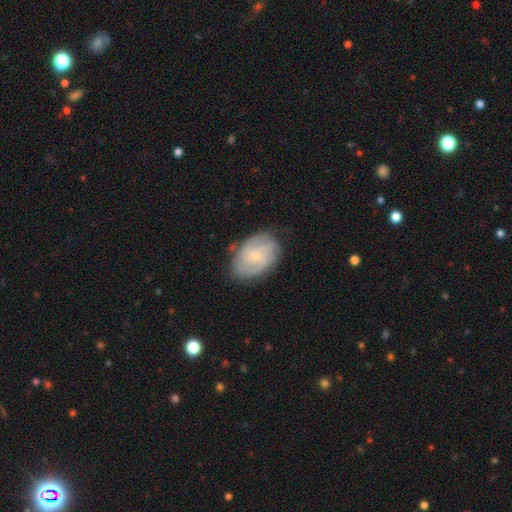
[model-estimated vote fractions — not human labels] Smooth or featured? Predicted: featured or disk (p=0.71). Edge-on disk? Predicted: no (p=0.97). Bar? Predicted: no (p=0.68). Spiral arms? Predicted: yes (p=0.91). Spiral winding? Predicted: tight (p=0.56). Spiral arm count? Predicted: can't tell (p=0.34). Bulge size? Predicted: small (p=0.72). Merging? Predicted: none (p=0.77).